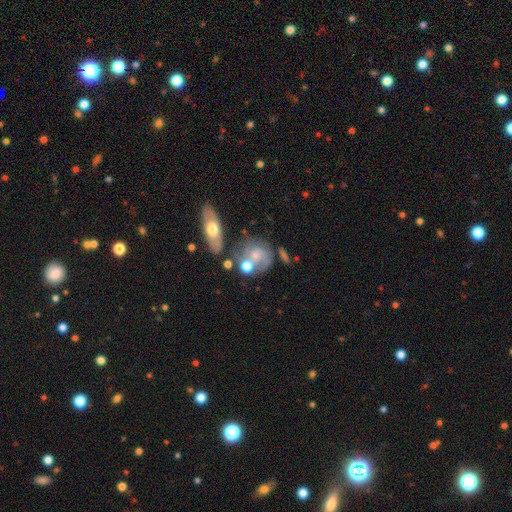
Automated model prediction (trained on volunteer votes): A featured or disk galaxy (54%) with no bar (76%), spiral arms (64%) and a small central bulge (44%). Merging: none (41%).